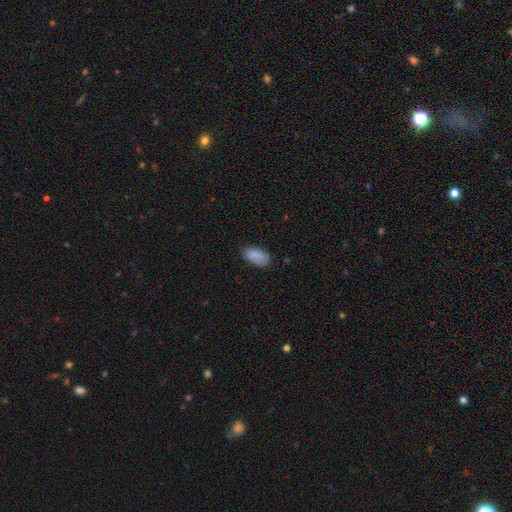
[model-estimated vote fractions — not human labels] Morphology: type=smooth (85%); roundness=in between (93%); merging=none (74%).